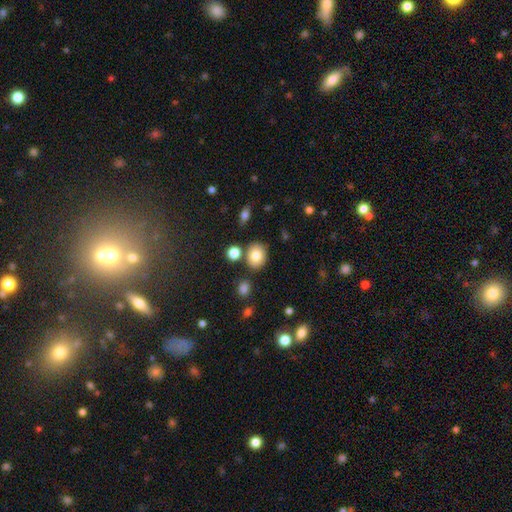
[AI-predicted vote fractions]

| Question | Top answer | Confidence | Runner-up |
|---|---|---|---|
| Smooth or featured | smooth | 81% | featured or disk (10%) |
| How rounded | round | 53% | in between (46%) |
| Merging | none | 79% | minor disturbance (10%) |